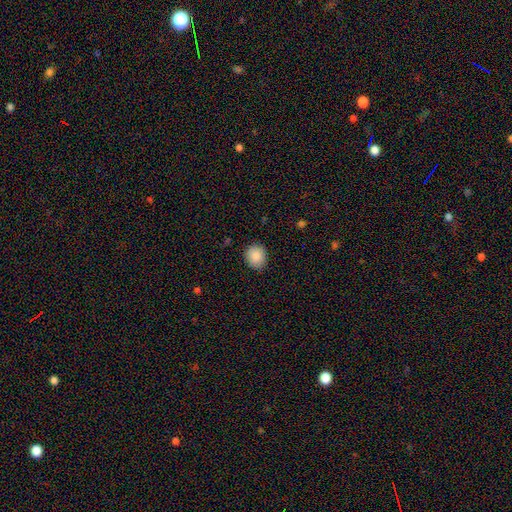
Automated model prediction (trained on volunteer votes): Smooth or featured: smooth — 88% (star or artifact — 8%)
How rounded: round — 76% (in between — 24%)
Merging: none — 86% (minor disturbance — 11%)